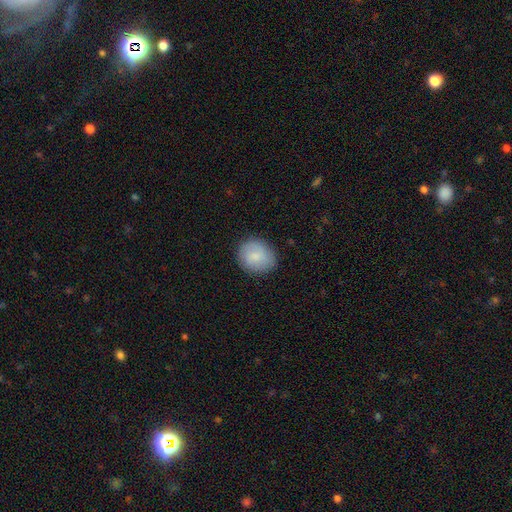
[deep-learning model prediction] This is likely a smooth galaxy (79%). How rounded: likely round (72%). Merging: clearly none (84%).